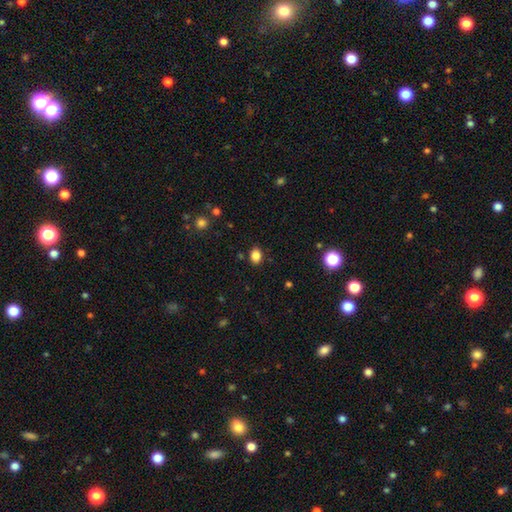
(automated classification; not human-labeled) Smooth or featured? smooth (84%)
How rounded? in between (67%)
Merging? none (86%)